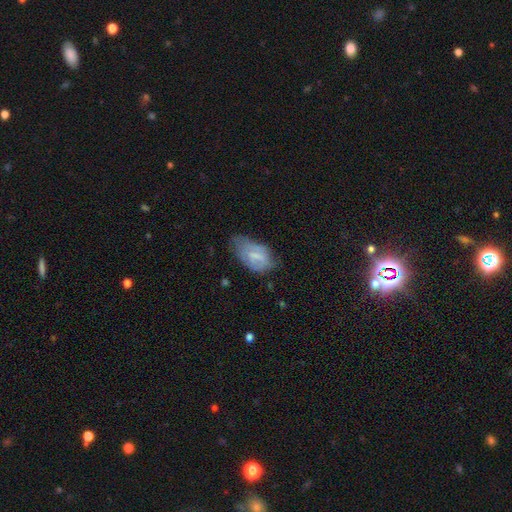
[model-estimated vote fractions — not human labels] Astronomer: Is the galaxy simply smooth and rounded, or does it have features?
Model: smooth — 58% (runner-up: featured or disk, 33%).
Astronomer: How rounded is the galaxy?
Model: in between — 91%.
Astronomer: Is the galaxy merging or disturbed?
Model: none — 40%, tied with minor disturbance at 40%.